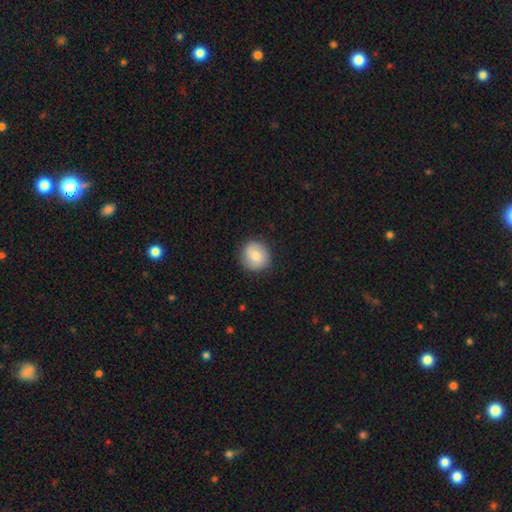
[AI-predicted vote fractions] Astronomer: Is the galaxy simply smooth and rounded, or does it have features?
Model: smooth — 77%.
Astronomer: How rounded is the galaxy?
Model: round — 88%.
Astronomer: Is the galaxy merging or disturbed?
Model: none — 87%.